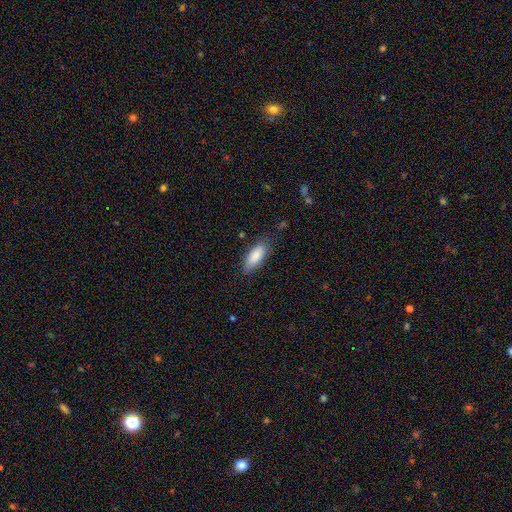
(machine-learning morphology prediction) Q: Smooth or featured?
A: smooth (86%); runner-up: featured or disk (8%)
Q: How rounded?
A: in between (78%); runner-up: cigar-shaped (21%)
Q: Merging?
A: none (78%); runner-up: minor disturbance (16%)